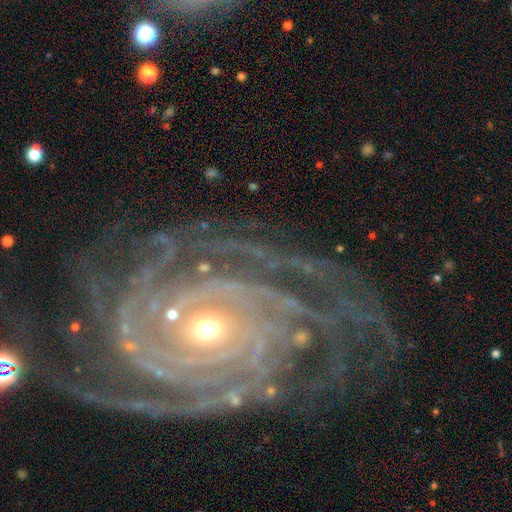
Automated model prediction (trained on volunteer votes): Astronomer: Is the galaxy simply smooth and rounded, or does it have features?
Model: featured or disk — 92%.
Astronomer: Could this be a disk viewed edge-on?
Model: no — 97%.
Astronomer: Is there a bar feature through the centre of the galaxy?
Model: no — 69%.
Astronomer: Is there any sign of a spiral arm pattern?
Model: yes — 98%.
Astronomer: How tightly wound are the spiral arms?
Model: tight — 79%.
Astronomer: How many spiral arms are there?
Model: more than 4 — 25% (runner-up: 4, 18%).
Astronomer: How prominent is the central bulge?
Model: small — 50% (runner-up: moderate, 46%).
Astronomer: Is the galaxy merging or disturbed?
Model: none — 71%.